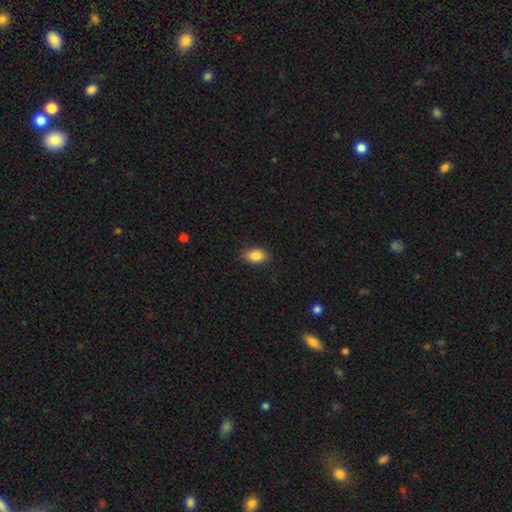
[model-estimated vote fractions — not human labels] smooth_or_featured: smooth (p=0.86) [alt: star or artifact p=0.08]
how_rounded: in between (p=0.88) [alt: round p=0.10]
merging: none (p=0.87) [alt: minor disturbance p=0.10]